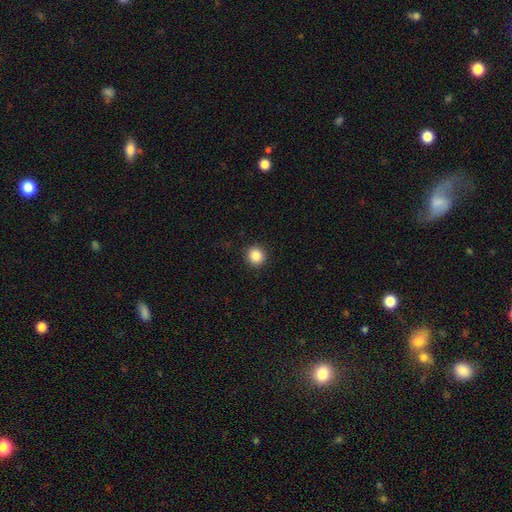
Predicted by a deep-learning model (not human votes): smooth_or_featured: smooth (p=0.86) [alt: star or artifact p=0.10]
how_rounded: round (p=0.93) [alt: in between p=0.06]
merging: none (p=0.92) [alt: minor disturbance p=0.05]